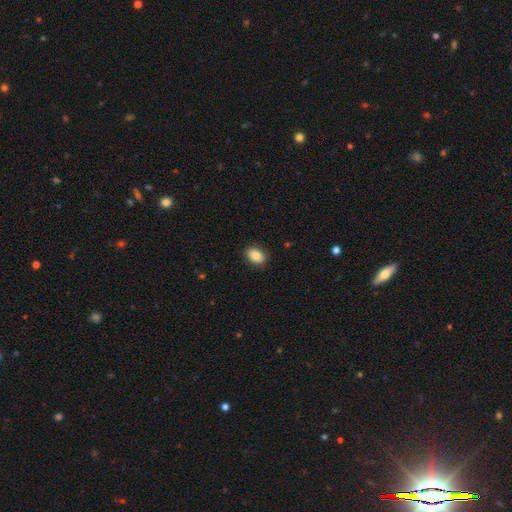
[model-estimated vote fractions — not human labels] Overall: smooth (88%). How rounded: in between (85%). Merging: none (88%).